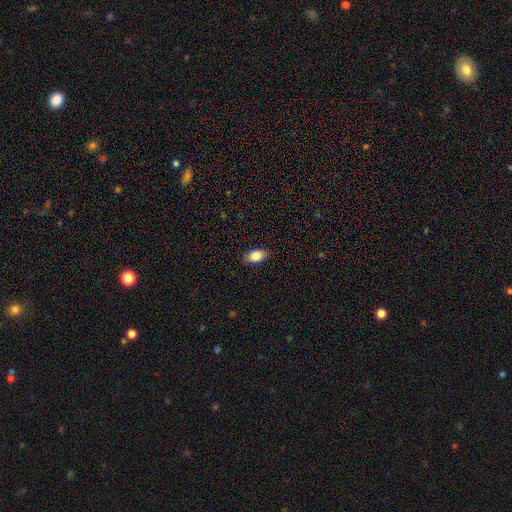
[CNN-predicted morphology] The model was most divided on "merging": none: 86%, minor disturbance: 11%, major disturbance: 2%, merger: 1%. More confident: how rounded — in between (91%); smooth or featured — smooth (87%).